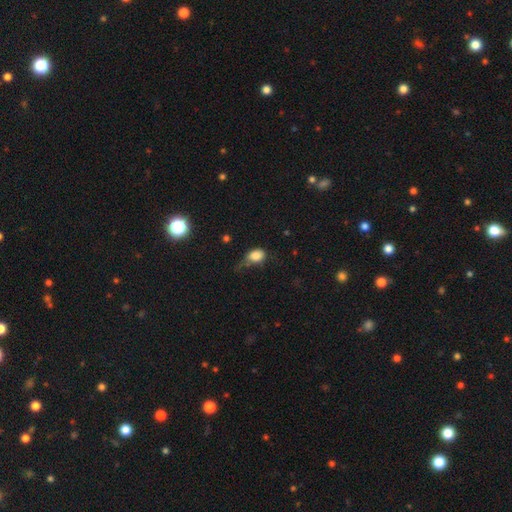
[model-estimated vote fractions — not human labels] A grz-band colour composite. It shows a smooth galaxy with no disk features (82%) that is in between round and cigar-shaped (68%). Merging: minor disturbance (37%).